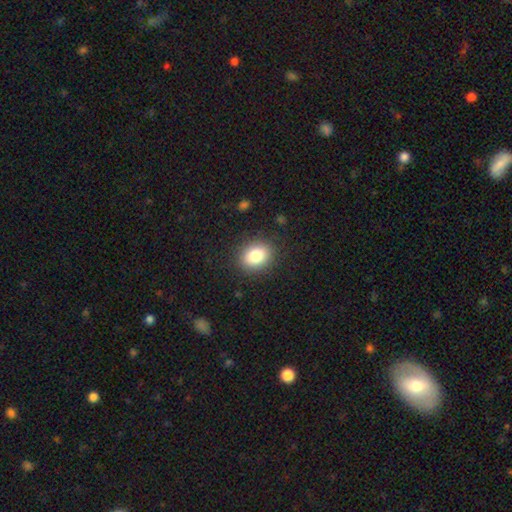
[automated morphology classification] A smooth galaxy with no disk features (82%) that is round (50%). Merging: none (87%).